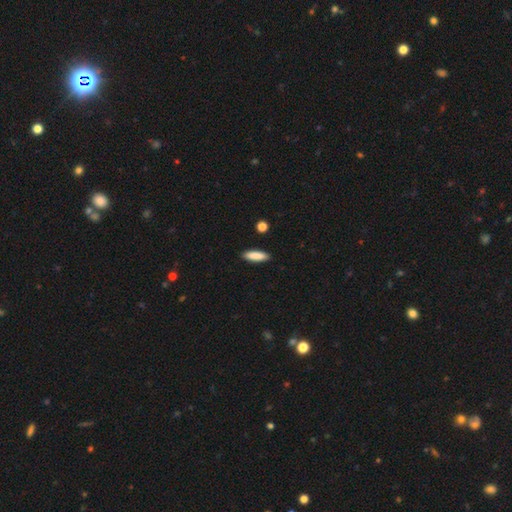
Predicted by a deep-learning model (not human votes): Overall: smooth (87%). How rounded: cigar-shaped (61%; in between 37%). Merging: none (90%).